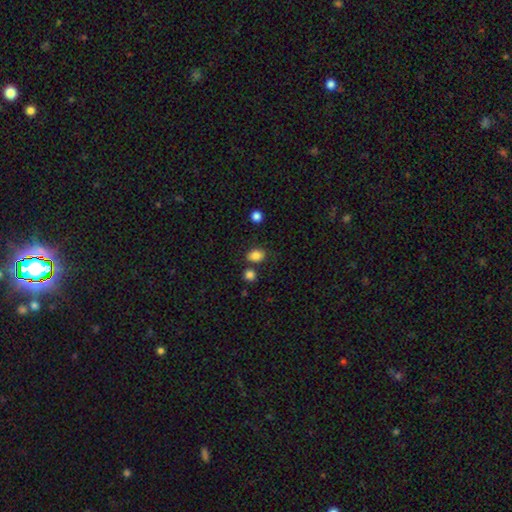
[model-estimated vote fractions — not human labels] Overall: smooth (84%). How rounded: in between (59%; round 40%). Merging: none (74%).